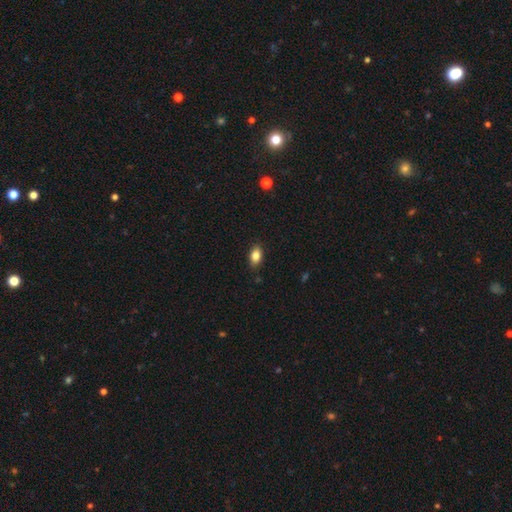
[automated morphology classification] Smooth or featured? Predicted: smooth (p=0.84). How rounded? Predicted: in between (p=0.87). Merging? Predicted: none (p=0.85).